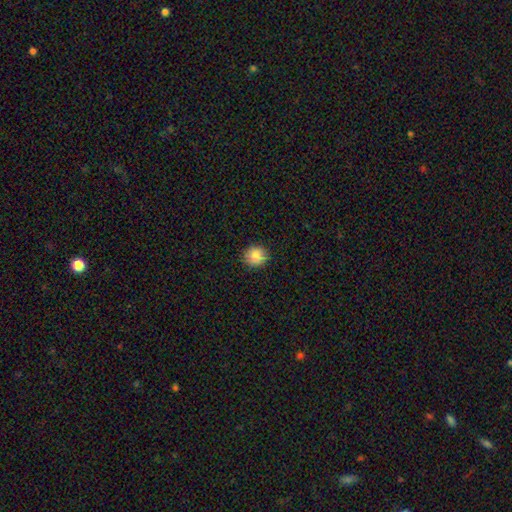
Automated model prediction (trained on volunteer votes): smooth 85%, star or artifact 9%, featured or disk 6%. Down the decision tree: how rounded — round (90%); merging — none (89%).